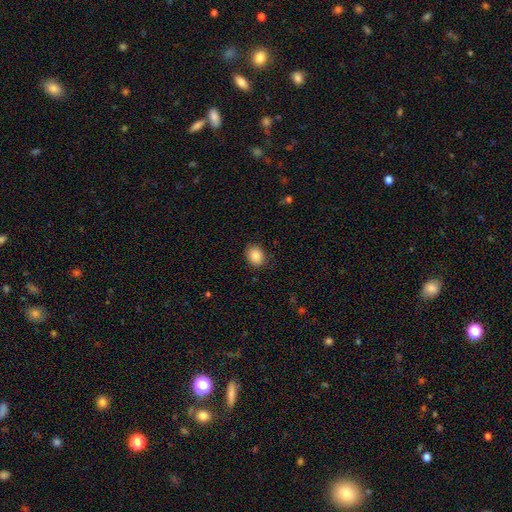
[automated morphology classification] smooth 86%, star or artifact 9%, featured or disk 5%. Down the decision tree: how rounded — in between (51%); merging — none (87%).